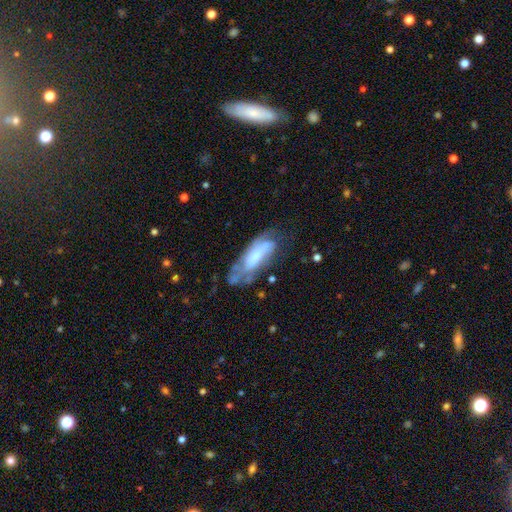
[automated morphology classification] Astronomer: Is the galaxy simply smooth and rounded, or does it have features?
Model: featured or disk — 60%.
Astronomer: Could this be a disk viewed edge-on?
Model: no — 81%.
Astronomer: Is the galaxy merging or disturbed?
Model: none — 53%.